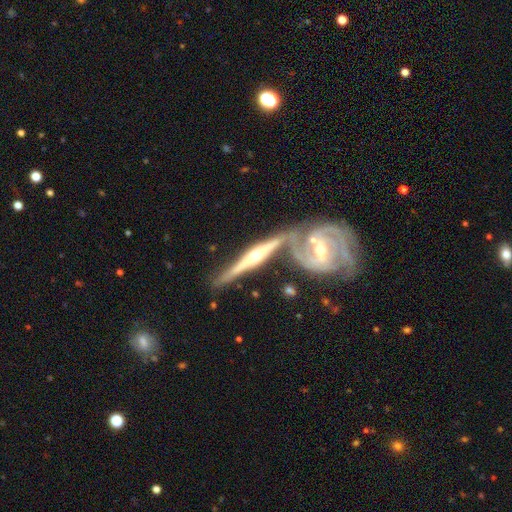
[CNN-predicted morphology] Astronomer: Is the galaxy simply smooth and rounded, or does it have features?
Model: featured or disk — 86%.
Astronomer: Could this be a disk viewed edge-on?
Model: yes — 90%.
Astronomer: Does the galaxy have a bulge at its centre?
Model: rounded — 90%.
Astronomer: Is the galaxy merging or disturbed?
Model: none — 47% (runner-up: merger, 38%).